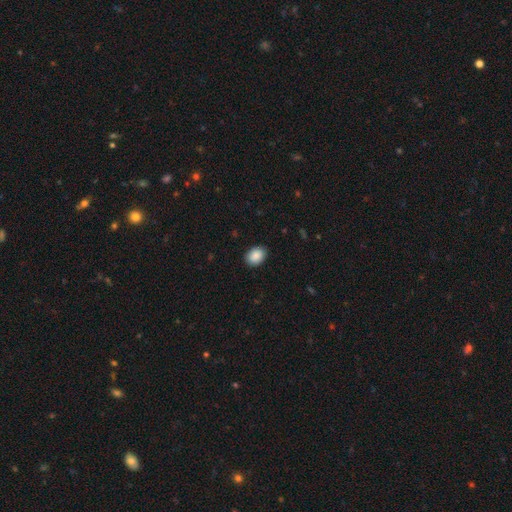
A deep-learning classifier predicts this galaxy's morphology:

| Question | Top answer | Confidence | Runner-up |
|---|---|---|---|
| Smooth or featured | smooth | 90% | star or artifact (7%) |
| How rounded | in between | 70% | round (29%) |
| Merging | none | 89% | minor disturbance (8%) |